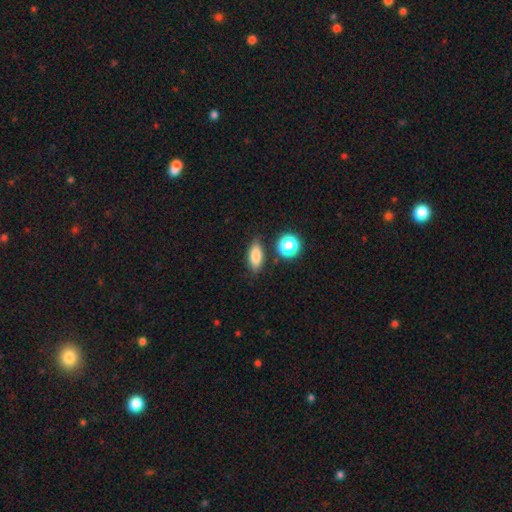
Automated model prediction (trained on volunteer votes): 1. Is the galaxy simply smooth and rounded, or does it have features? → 82% smooth, 10% star or artifact, 8% featured or disk.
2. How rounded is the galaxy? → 77% in between, 15% cigar-shaped, 8% round.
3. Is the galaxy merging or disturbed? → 81% none, 12% minor disturbance, 4% merger, 3% major disturbance.